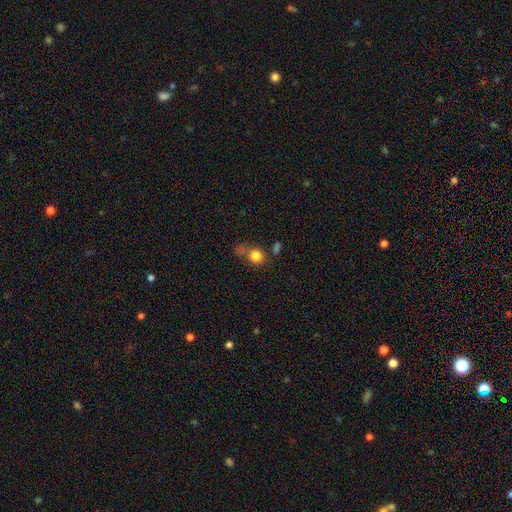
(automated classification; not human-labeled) smooth-or-featured: smooth: 80% | star or artifact: 13% | featured or disk: 8%
  how-rounded: round: 83% | in between: 16% | cigar-shaped: 1%
  merging: none: 55% | merger: 19% | minor disturbance: 16% | major disturbance: 10%